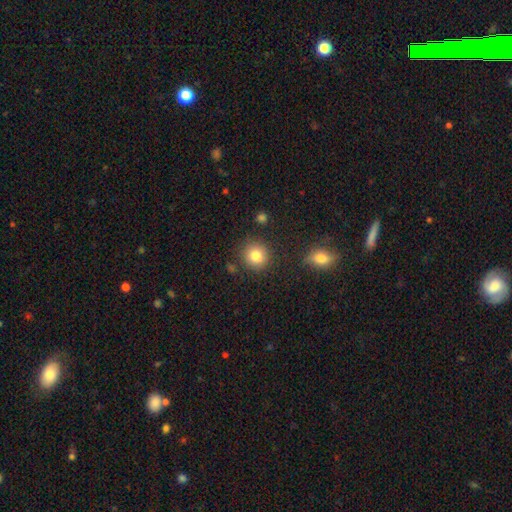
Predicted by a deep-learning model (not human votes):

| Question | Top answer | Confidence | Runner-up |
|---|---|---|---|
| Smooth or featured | smooth | 83% | star or artifact (10%) |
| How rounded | round | 87% | in between (12%) |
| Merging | none | 84% | minor disturbance (10%) |